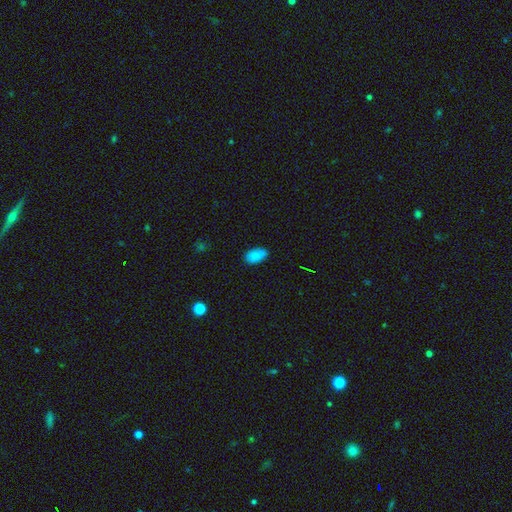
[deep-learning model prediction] A smooth galaxy with no disk features (87%) that is in between round and cigar-shaped (94%). Merging: none (82%).